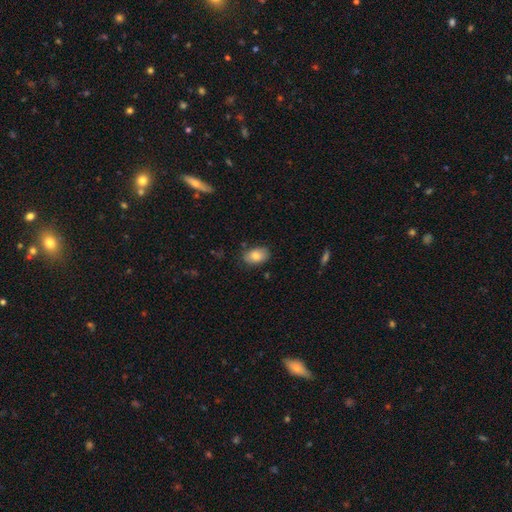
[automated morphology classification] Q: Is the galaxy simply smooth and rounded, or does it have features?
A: smooth — 82%.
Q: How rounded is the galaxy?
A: in between — 90%.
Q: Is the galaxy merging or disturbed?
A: none — 80%.